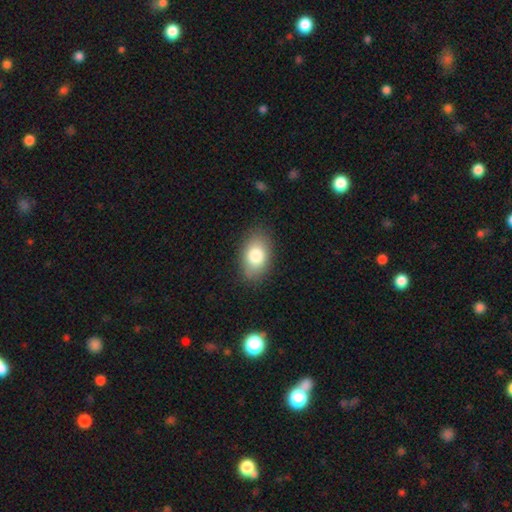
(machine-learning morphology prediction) Smooth or featured: smooth — 81% (featured or disk — 11%)
How rounded: in between — 88% (round — 11%)
Merging: none — 84% (minor disturbance — 12%)